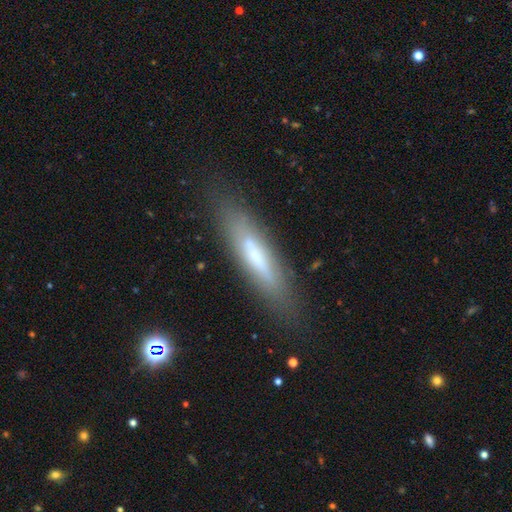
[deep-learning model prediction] Smooth or featured? Predicted: smooth (p=0.52). How rounded? Predicted: cigar-shaped (p=0.81). Merging? Predicted: none (p=0.79).